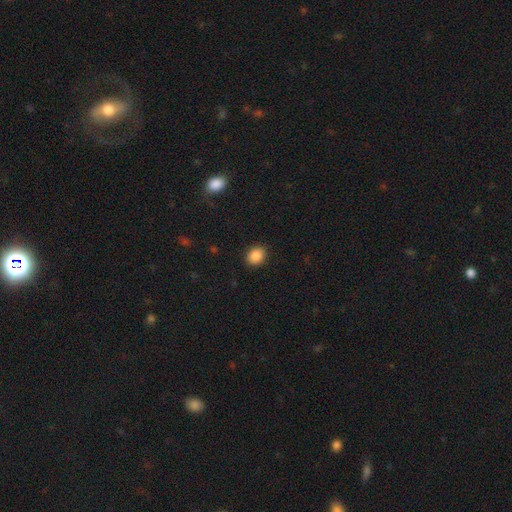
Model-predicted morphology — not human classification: Overall: smooth (88%). How rounded: round (54%; in between 46%). Merging: none (89%).